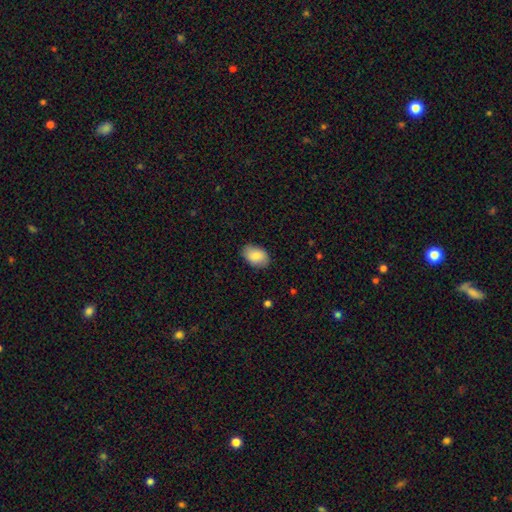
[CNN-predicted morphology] smooth 85%, featured or disk 8%, star or artifact 6%. Down the decision tree: how rounded — in between (89%); merging — none (86%).